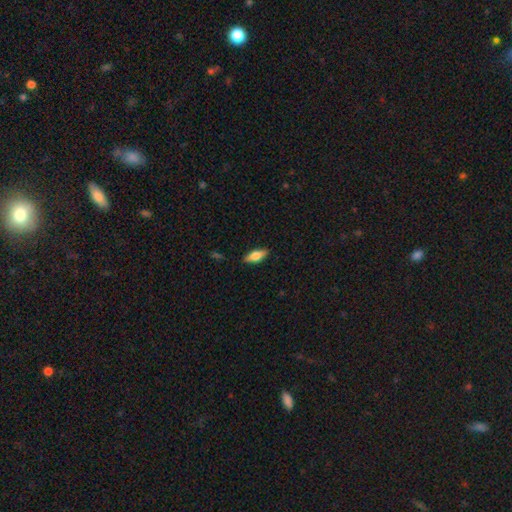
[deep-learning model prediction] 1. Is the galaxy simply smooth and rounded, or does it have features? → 64% smooth, 29% featured or disk, 7% star or artifact.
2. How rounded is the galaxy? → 71% in between, 26% cigar-shaped, 3% round.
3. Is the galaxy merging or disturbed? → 87% none, 10% minor disturbance, 2% major disturbance, 1% merger.